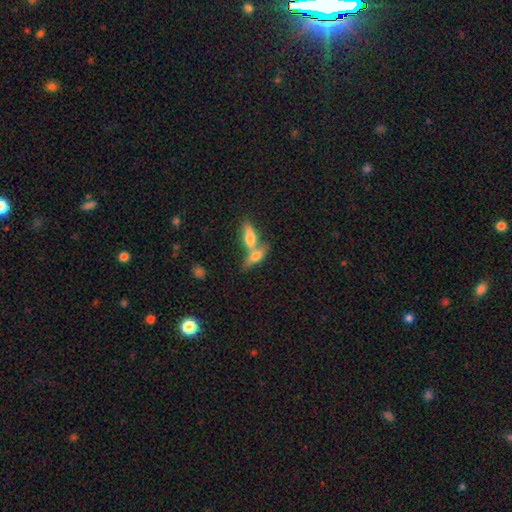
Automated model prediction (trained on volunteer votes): smooth-or-featured: smooth: 61% | featured or disk: 32% | star or artifact: 8%
  how-rounded: in between: 59% | cigar-shaped: 37% | round: 4%
  merging: merger: 61% | none: 29% | minor disturbance: 7% | major disturbance: 3%